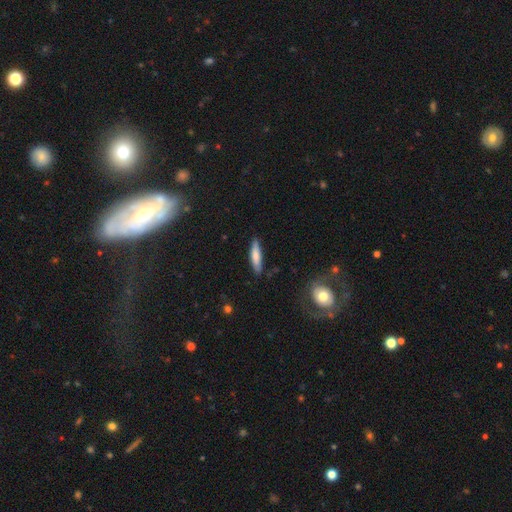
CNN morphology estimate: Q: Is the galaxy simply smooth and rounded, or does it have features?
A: smooth — 75%.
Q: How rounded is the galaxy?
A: cigar-shaped — 79%.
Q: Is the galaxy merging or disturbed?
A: none — 83%.